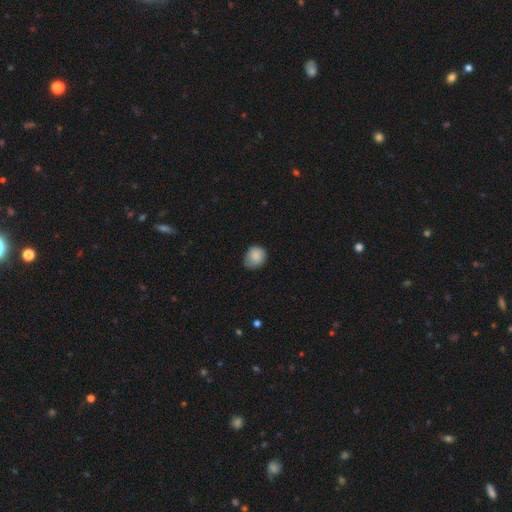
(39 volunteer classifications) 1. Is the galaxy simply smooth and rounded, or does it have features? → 77% smooth, 18% featured or disk, 5% star or artifact.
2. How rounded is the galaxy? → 73% round, 27% in between, 0% cigar-shaped.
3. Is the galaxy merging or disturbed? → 51% none, 43% minor disturbance, 3% major disturbance, 3% merger.